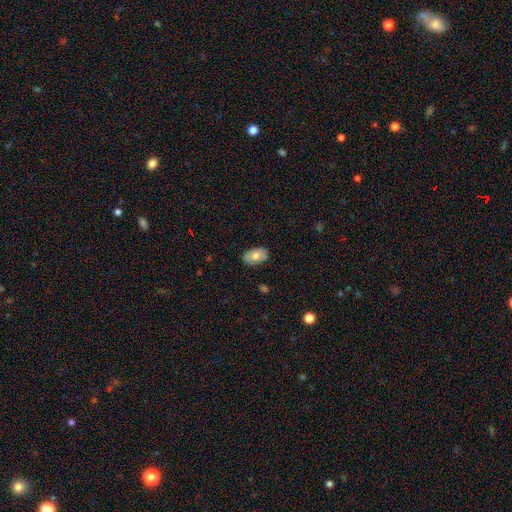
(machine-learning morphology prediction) Overall: smooth (70%). How rounded: in between (90%). Merging: none (82%).